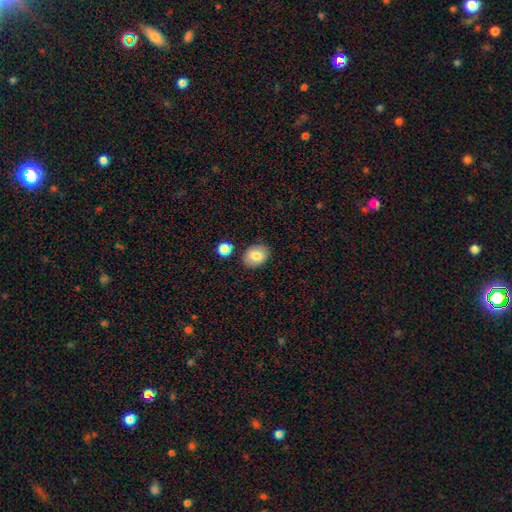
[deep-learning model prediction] smooth-or-featured: smooth: 82% | featured or disk: 10% | star or artifact: 8%
  how-rounded: in between: 61% | round: 38% | cigar-shaped: 1%
  merging: none: 83% | minor disturbance: 11% | merger: 3% | major disturbance: 2%